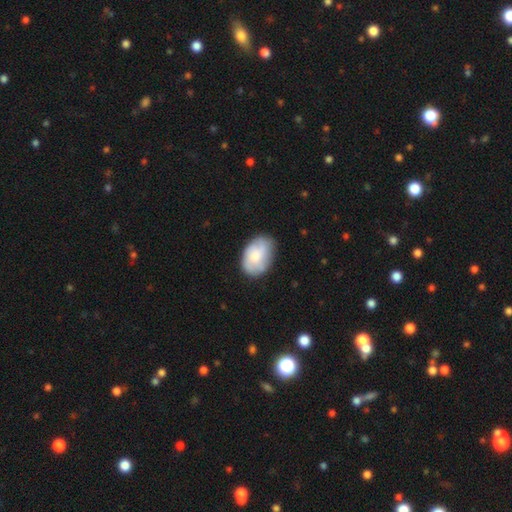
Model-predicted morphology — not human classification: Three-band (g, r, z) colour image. It shows a smooth galaxy with no disk features (61%) that is in between round and cigar-shaped (85%). Merging: none (71%).